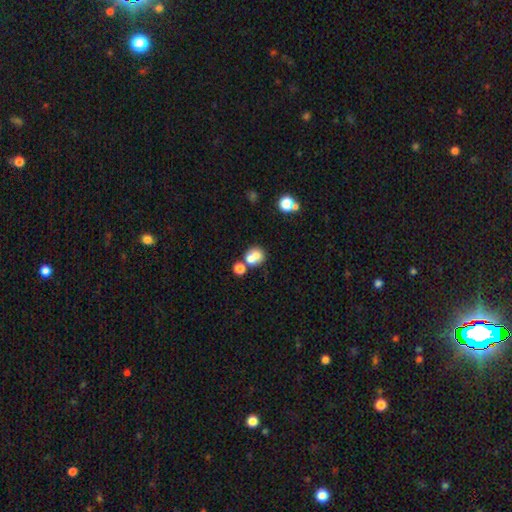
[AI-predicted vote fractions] Overall: smooth (67%). How rounded: round (72%). Merging: merger (48%; none 39%).